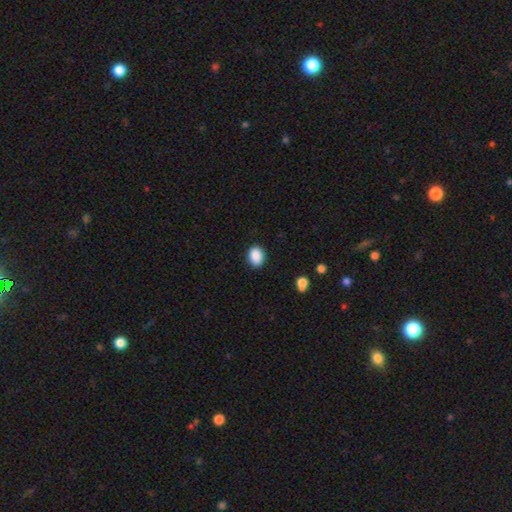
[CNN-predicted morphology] Smooth or featured?
  - smooth: 89% *
  - star or artifact: 8%
  - featured or disk: 3%
How rounded?
  - in between: 70% *
  - round: 29%
  - cigar-shaped: 1%
Merging?
  - none: 87% *
  - minor disturbance: 10%
  - major disturbance: 2%
  - merger: 1%